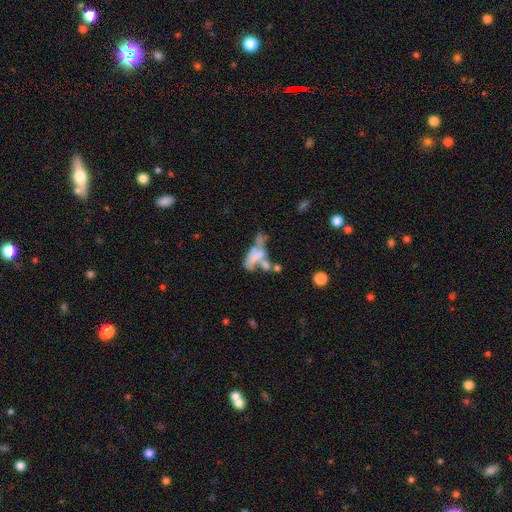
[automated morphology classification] A featured or disk galaxy (43%, tied with smooth).

Vote fractions:
- Smooth or featured? featured or disk: 43% (tied) / smooth: 43% (tied) / star or artifact: 13%
- Merging? merger: 46% / major disturbance: 25% / none: 18% / minor disturbance: 12%